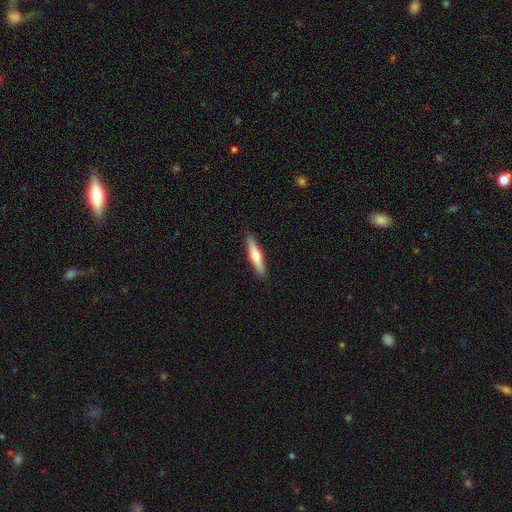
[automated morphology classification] Smooth or featured?
  - smooth: 54% *
  - featured or disk: 41%
  - star or artifact: 5%
How rounded?
  - cigar-shaped: 85% *
  - in between: 13%
  - round: 2%
Merging?
  - none: 91% *
  - minor disturbance: 7%
  - major disturbance: 2%
  - merger: 1%